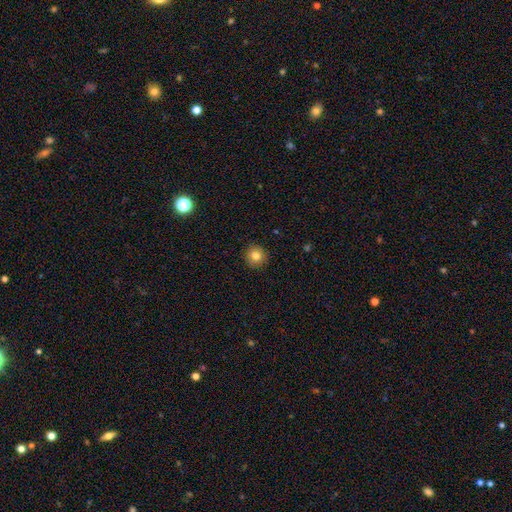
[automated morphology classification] type=smooth (82%); roundness=round (92%); merging=none (91%).